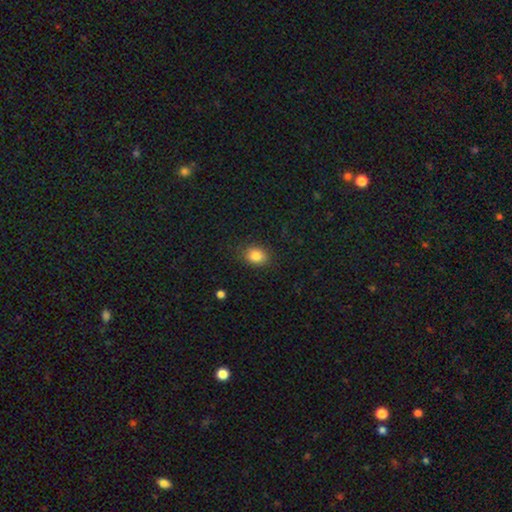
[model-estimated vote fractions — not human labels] A smooth galaxy with no disk features (84%) that is in between round and cigar-shaped (61%). Merging: none (82%).